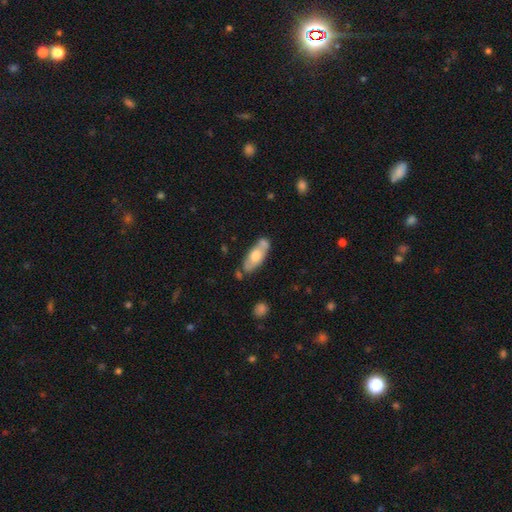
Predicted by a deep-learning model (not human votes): smooth-or-featured: smooth: 56% | featured or disk: 39% | star or artifact: 6%
  how-rounded: in between: 74% | cigar-shaped: 23% | round: 3%
  merging: none: 60% | minor disturbance: 19% | merger: 16% | major disturbance: 5%